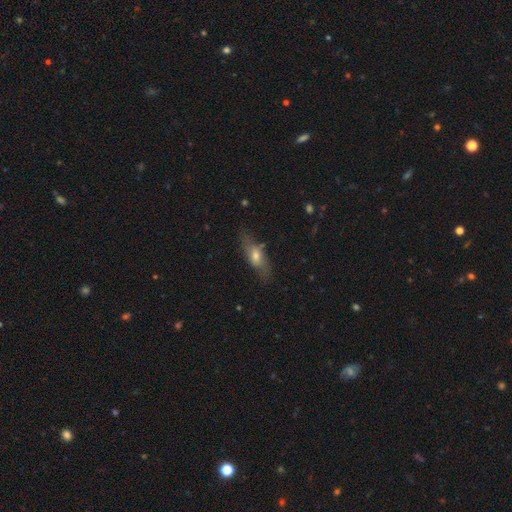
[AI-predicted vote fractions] Morphology: type=smooth (50%); merging=none (73%).